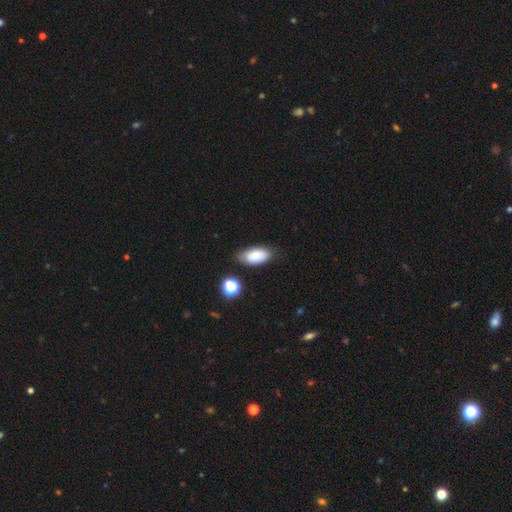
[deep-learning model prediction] This appears to be a smooth galaxy with no disk features (82%) that is in between round and cigar-shaped (91%). Merging: none (76%).